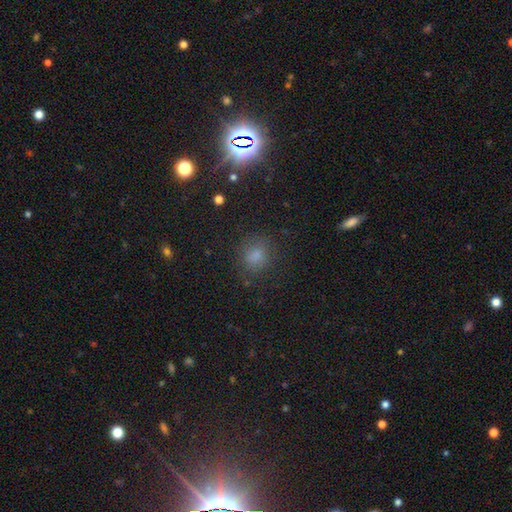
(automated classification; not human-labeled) smooth_or_featured: smooth (p=0.76) [alt: star or artifact p=0.17]
how_rounded: round (p=0.75) [alt: in between p=0.23]
merging: none (p=0.80) [alt: minor disturbance p=0.13]